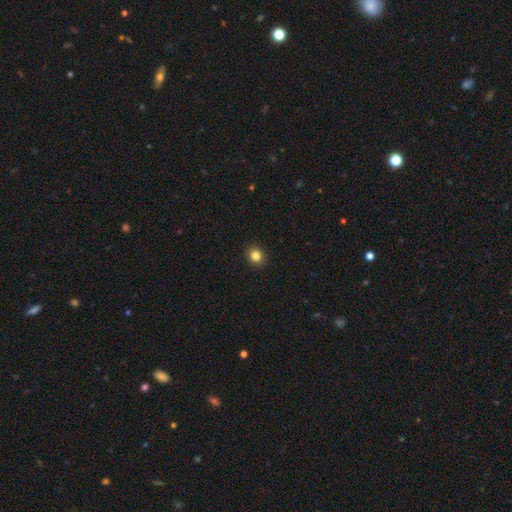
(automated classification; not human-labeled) Morphology: type=smooth (84%); roundness=round (80%); merging=none (92%).